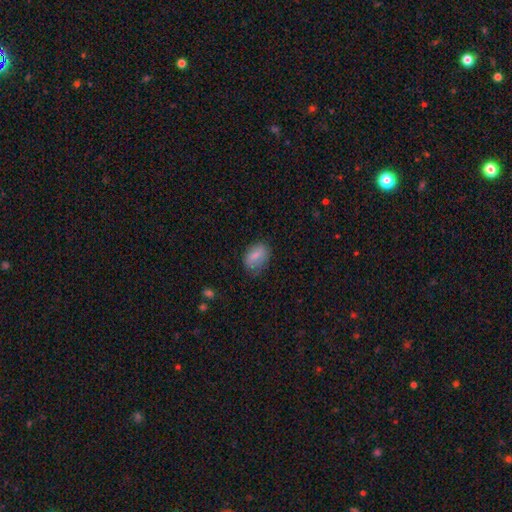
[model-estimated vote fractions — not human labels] Smooth or featured? Predicted: smooth (p=0.76). How rounded? Predicted: in between (p=0.82). Merging? Predicted: none (p=0.71).